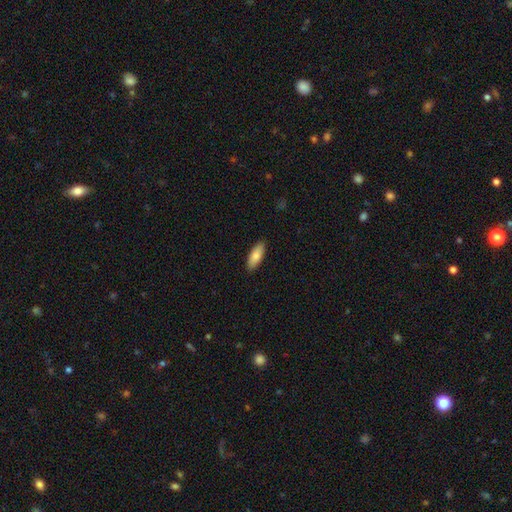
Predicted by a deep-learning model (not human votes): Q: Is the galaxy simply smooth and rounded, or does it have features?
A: smooth — 83%.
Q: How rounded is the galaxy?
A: in between — 74%.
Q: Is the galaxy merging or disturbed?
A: none — 89%.